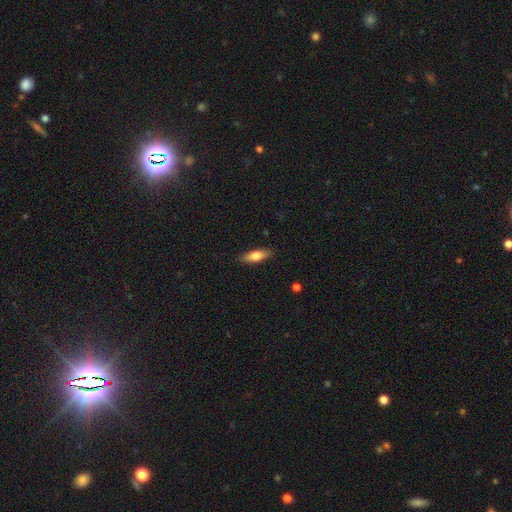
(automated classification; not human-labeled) This appears to be a smooth galaxy with no disk features (69%) that is in between round and cigar-shaped (52%). Merging: none (87%).